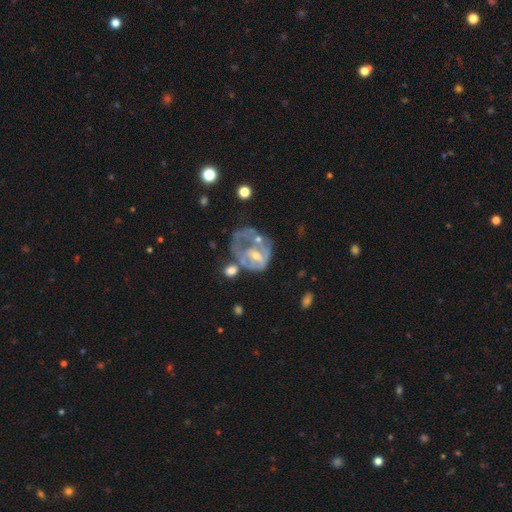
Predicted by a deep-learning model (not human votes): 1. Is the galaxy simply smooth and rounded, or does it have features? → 68% featured or disk, 24% smooth, 8% star or artifact.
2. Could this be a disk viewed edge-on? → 97% no, 3% yes.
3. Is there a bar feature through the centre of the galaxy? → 56% no, 34% weak, 10% strong.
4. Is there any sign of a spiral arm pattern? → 58% no, 42% yes.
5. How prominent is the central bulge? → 46% small, 43% moderate, 8% none, 3% large, 1% dominant.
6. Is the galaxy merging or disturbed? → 42% major disturbance, 21% merger, 19% none, 18% minor disturbance.